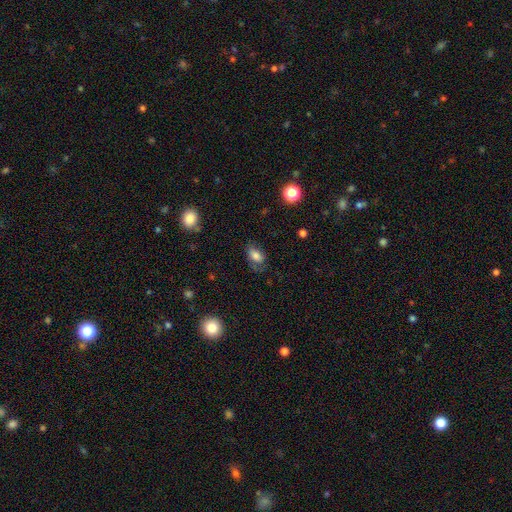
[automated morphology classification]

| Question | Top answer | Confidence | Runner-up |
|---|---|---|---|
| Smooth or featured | smooth | 72% | featured or disk (17%) |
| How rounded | in between | 88% | round (9%) |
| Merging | none | 59% | minor disturbance (25%) |